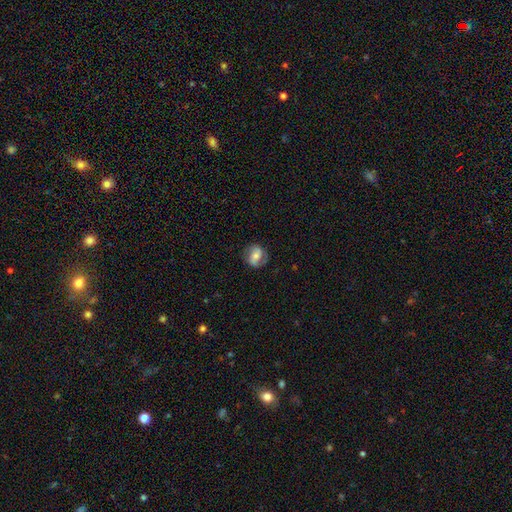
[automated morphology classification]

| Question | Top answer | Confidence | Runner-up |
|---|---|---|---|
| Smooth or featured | featured or disk | 48% | smooth (44%) |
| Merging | none | 75% | minor disturbance (17%) |